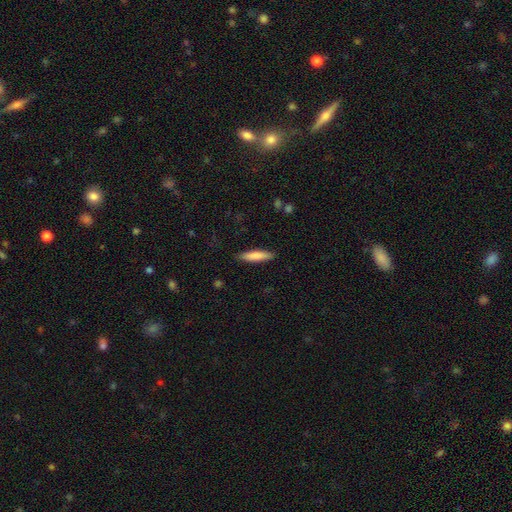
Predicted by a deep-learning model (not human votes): Morphology: type=smooth (80%); roundness=cigar-shaped (82%); merging=none (88%).